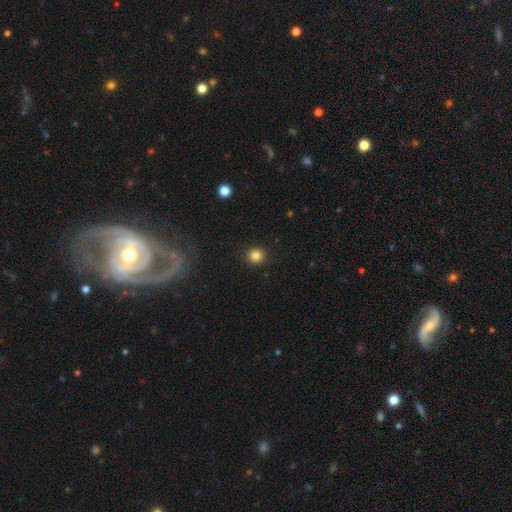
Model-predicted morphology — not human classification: smooth_or_featured: smooth (p=0.84) [alt: star or artifact p=0.12]
how_rounded: round (p=0.84) [alt: in between p=0.15]
merging: none (p=0.91) [alt: minor disturbance p=0.06]